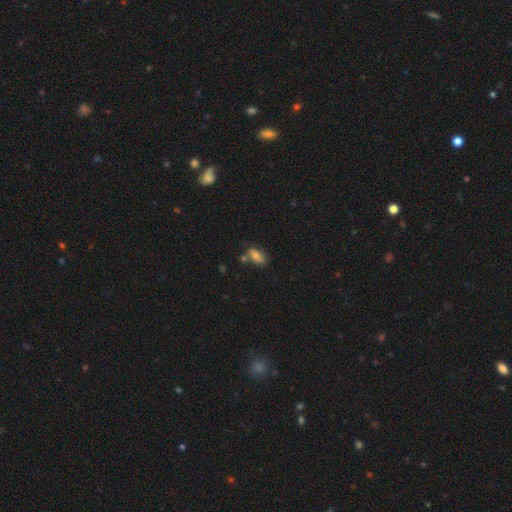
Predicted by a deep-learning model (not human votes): Smooth or featured? smooth (76%)
How rounded? in between (88%)
Merging? none (54%)